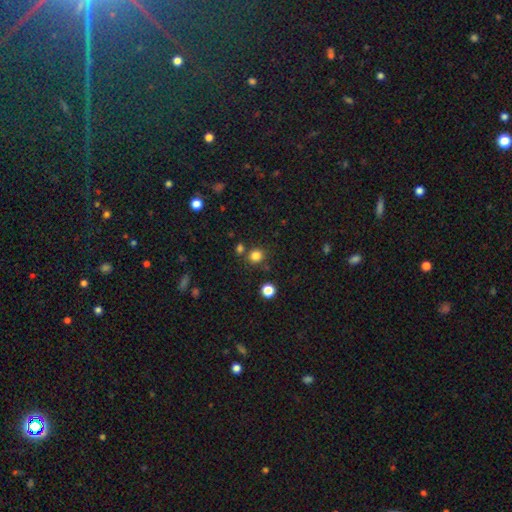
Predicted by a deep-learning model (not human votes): Smooth or featured? smooth (81%)
How rounded? round (87%)
Merging? none (79%)